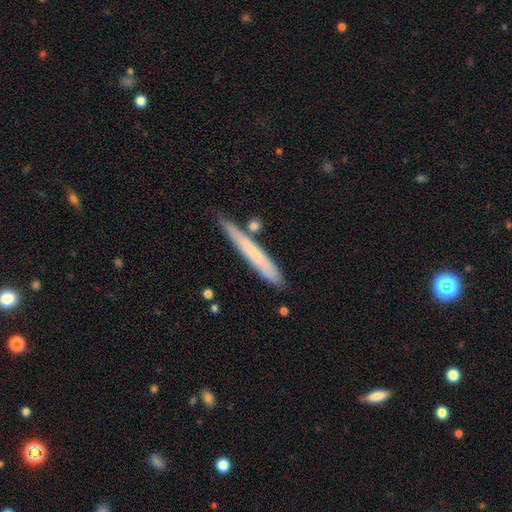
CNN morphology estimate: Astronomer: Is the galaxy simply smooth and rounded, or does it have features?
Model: smooth — 59% (runner-up: featured or disk, 34%).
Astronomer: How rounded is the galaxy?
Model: cigar-shaped — 96%.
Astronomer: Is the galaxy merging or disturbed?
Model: none — 80%.